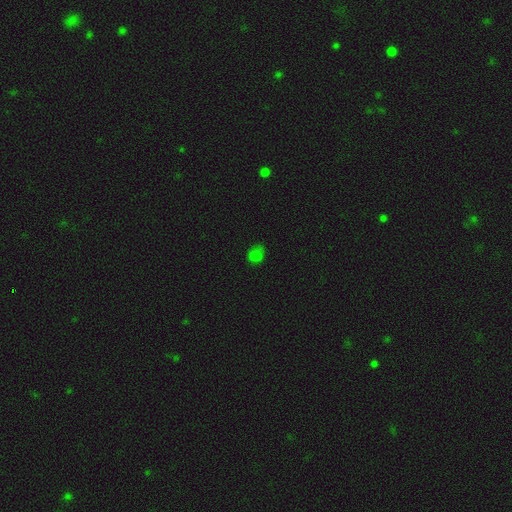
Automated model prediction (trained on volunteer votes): Smooth or featured: smooth — 72% (star or artifact — 23%)
How rounded: round — 65% (in between — 33%)
Merging: none — 67% (minor disturbance — 24%)